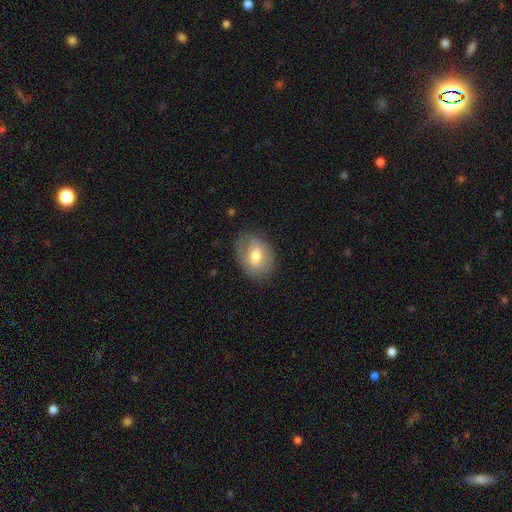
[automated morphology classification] The model was most divided on "smooth or featured": smooth: 52%, featured or disk: 41%, star or artifact: 7%. More confident: merging — none (73%); how rounded — in between (66%).